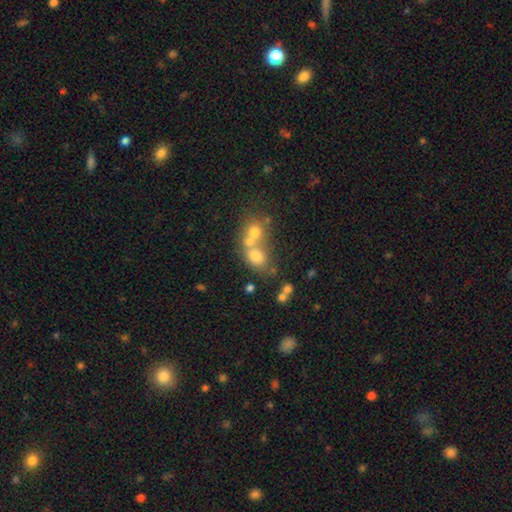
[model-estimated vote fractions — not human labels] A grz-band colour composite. It shows a smooth galaxy with no disk features (66%) that is round (52%). Merging: merger (56%).